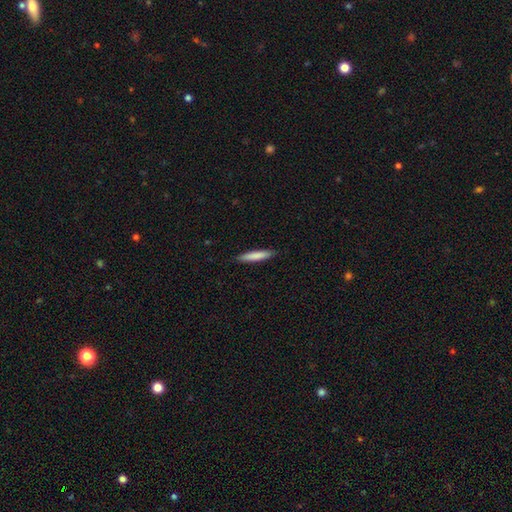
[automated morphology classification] Smooth or featured?
  - smooth: 81% *
  - featured or disk: 14%
  - star or artifact: 5%
How rounded?
  - cigar-shaped: 91% *
  - in between: 8%
  - round: 1%
Merging?
  - none: 90% *
  - minor disturbance: 8%
  - major disturbance: 2%
  - merger: 1%